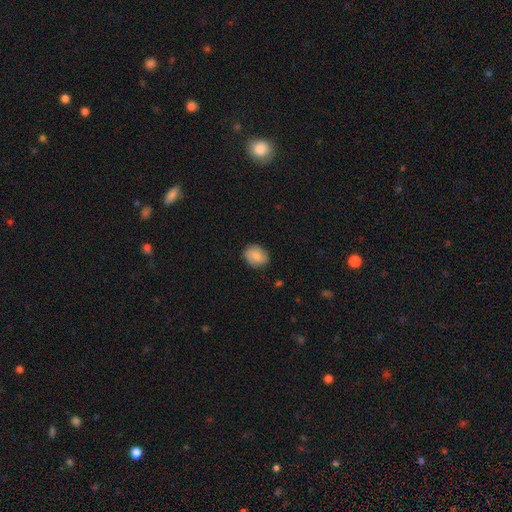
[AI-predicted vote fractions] smooth-or-featured: smooth: 73% | featured or disk: 19% | star or artifact: 7%
  how-rounded: in between: 54% | round: 45% | cigar-shaped: 1%
  merging: none: 83% | minor disturbance: 13% | major disturbance: 3% | merger: 1%